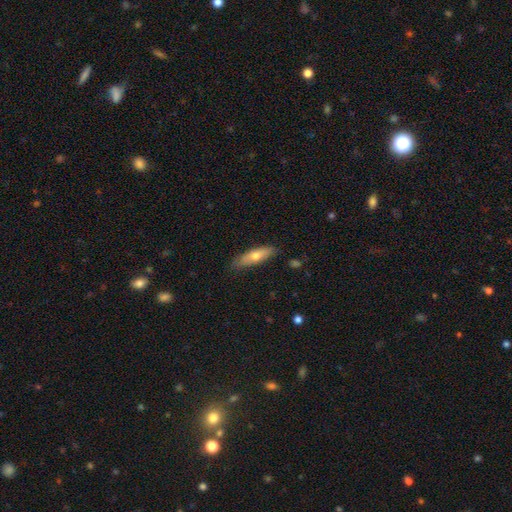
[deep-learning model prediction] smooth 62%, featured or disk 32%, star or artifact 6%. Down the decision tree: how rounded — cigar-shaped (60%); merging — none (80%).